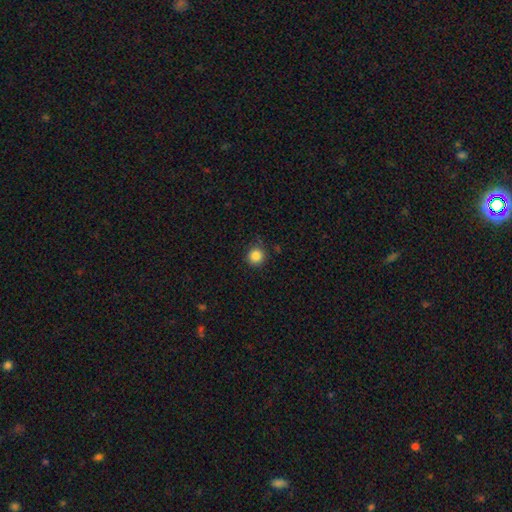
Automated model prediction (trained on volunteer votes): A smooth galaxy with no disk features (86%) that is round (93%). Merging: none (86%).